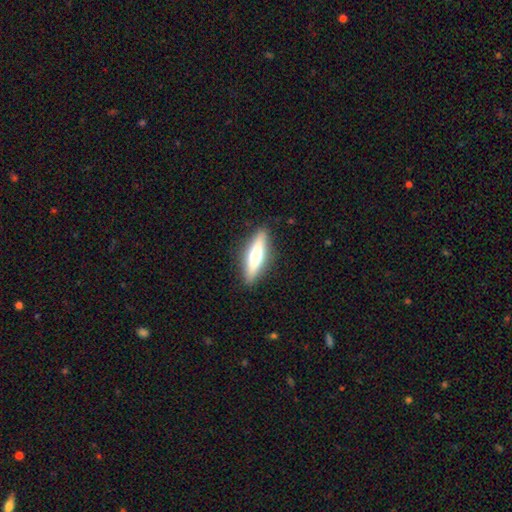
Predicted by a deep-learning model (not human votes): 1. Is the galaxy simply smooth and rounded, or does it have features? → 47% smooth (tied), 47% featured or disk (tied), 6% star or artifact.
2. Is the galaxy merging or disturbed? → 89% none, 8% minor disturbance, 2% major disturbance, 1% merger.